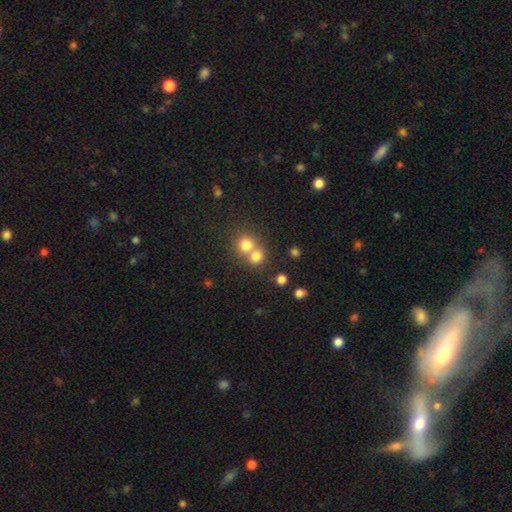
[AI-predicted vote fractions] This appears to be a smooth galaxy with no disk features (76%) that is round (83%). Merging: merger (54%).